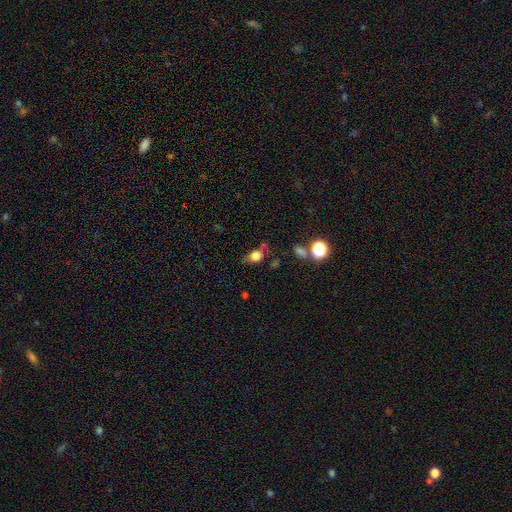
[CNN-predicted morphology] This appears to be a smooth galaxy with no disk features (75%) that is in between round and cigar-shaped (61%). Merging: none (56%).